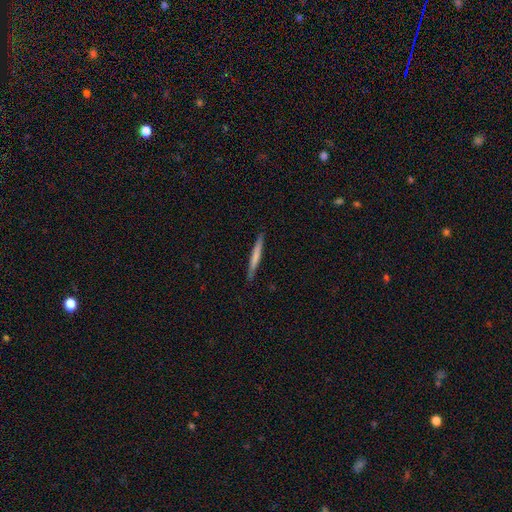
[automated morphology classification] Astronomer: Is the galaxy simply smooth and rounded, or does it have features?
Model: smooth — 61%.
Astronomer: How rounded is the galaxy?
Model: cigar-shaped — 97%.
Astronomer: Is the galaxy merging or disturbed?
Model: none — 90%.